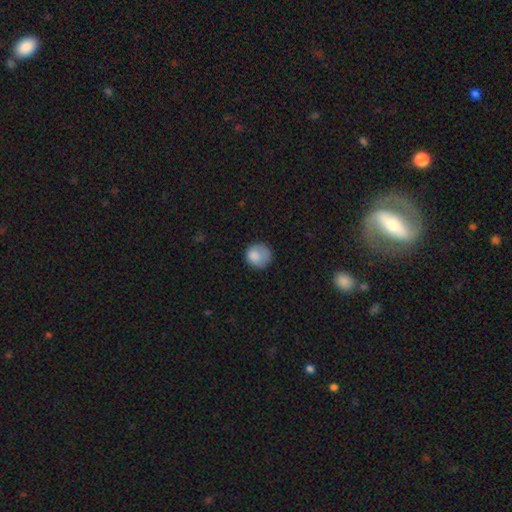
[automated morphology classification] The model was most divided on "merging": none: 66%, minor disturbance: 23%, major disturbance: 9%, merger: 2%. More confident: how rounded — round (86%); smooth or featured — smooth (83%).